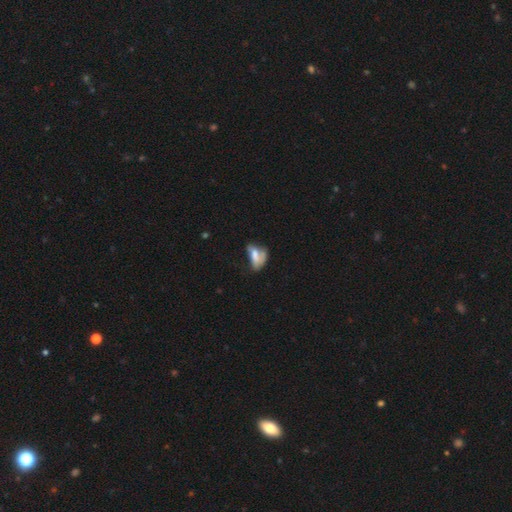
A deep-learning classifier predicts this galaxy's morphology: This is possibly a smooth galaxy (58%). How rounded: clearly in between (85%). Merging: marginally major disturbance (30%).